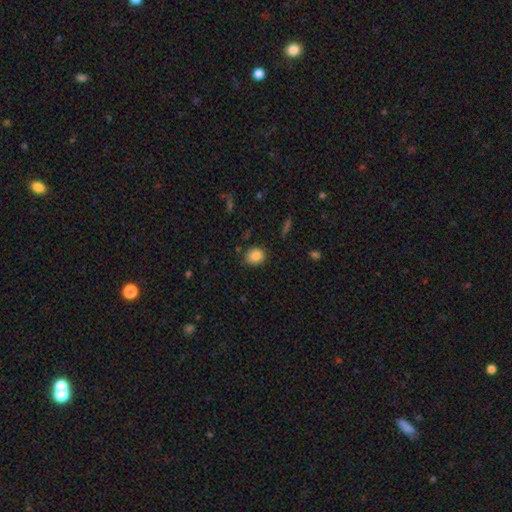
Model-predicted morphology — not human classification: smooth_or_featured: smooth (p=0.85) [alt: star or artifact p=0.09]
how_rounded: round (p=0.67) [alt: in between p=0.32]
merging: none (p=0.81) [alt: minor disturbance p=0.14]